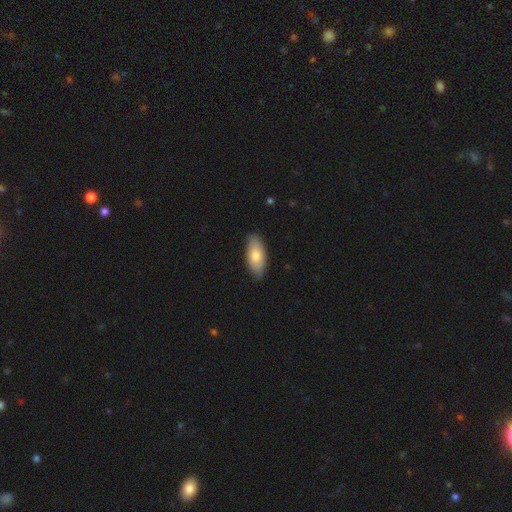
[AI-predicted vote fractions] Smooth or featured?
  - smooth: 75% *
  - featured or disk: 19%
  - star or artifact: 5%
How rounded?
  - in between: 88% *
  - cigar-shaped: 9%
  - round: 2%
Merging?
  - none: 84% *
  - minor disturbance: 13%
  - major disturbance: 2%
  - merger: 1%